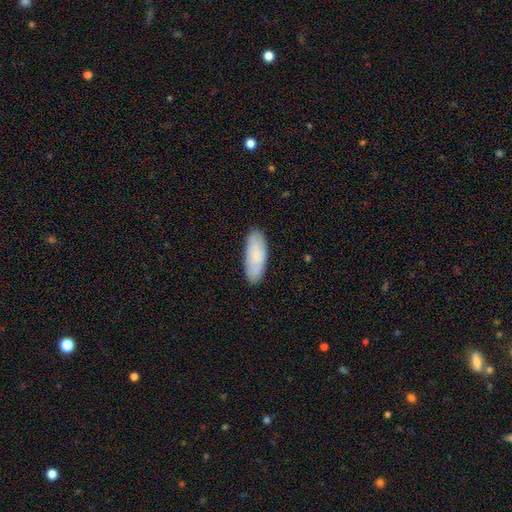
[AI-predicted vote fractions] smooth-or-featured: smooth: 77% | featured or disk: 17% | star or artifact: 6%
  how-rounded: in between: 72% | cigar-shaped: 26% | round: 2%
  merging: none: 86% | minor disturbance: 11% | major disturbance: 2% | merger: 1%